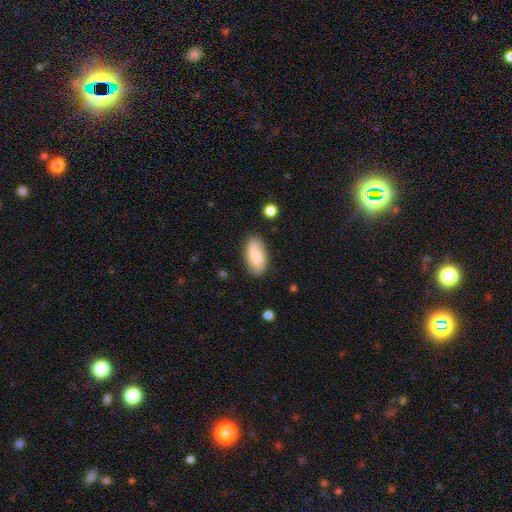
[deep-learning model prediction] This is likely a smooth galaxy (66%). How rounded: clearly in between (91%). Merging: likely none (76%).